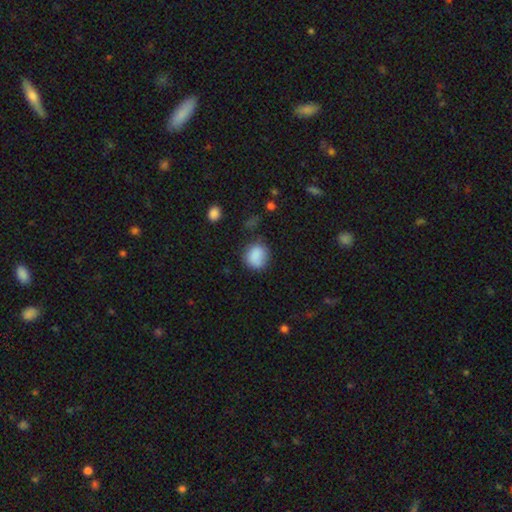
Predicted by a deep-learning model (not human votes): This is clearly a smooth galaxy (85%). How rounded: likely round (70%). Merging: likely none (68%).